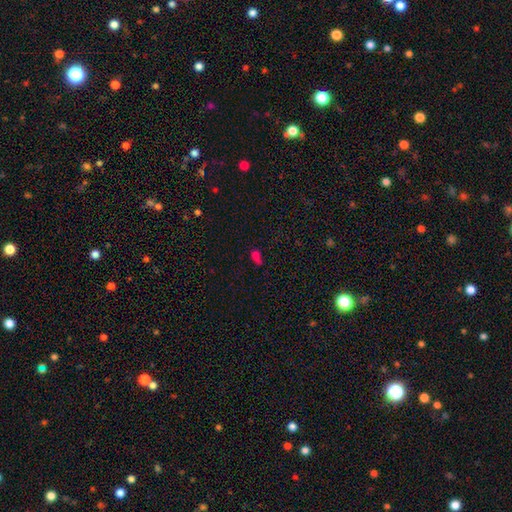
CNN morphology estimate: type=smooth (60%); roundness=in between (58%); merging=none (44%).